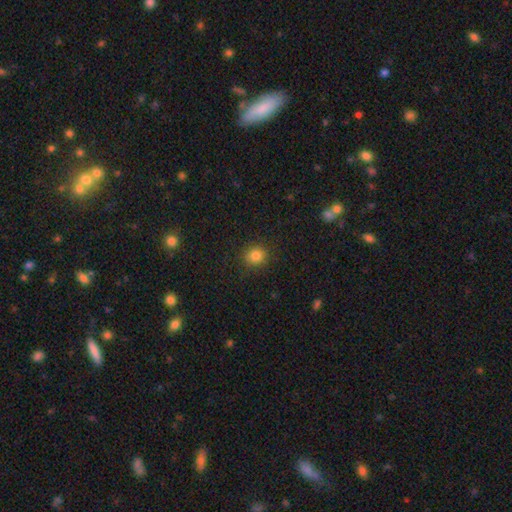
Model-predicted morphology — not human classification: smooth 83%, star or artifact 12%, featured or disk 5%. Down the decision tree: how rounded — round (83%); merging — none (89%).